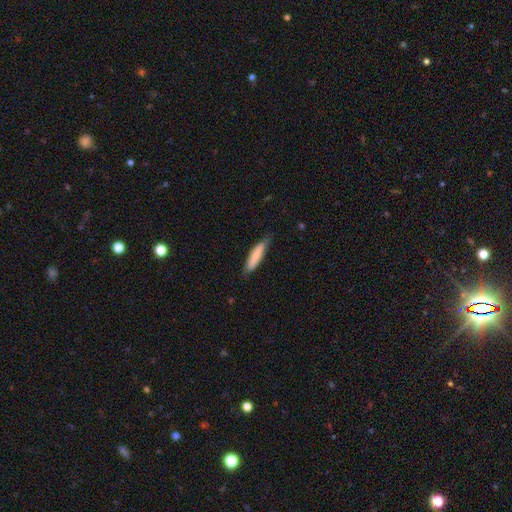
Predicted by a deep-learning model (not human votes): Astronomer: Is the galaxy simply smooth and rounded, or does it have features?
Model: smooth — 82%.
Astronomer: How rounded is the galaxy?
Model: cigar-shaped — 79%.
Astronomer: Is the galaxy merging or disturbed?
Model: none — 75%.